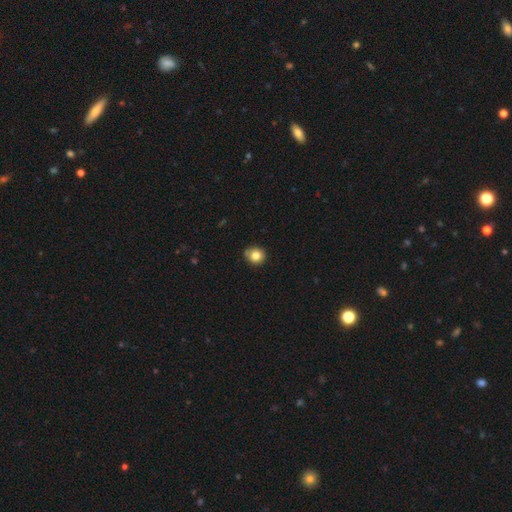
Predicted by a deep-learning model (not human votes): Smooth or featured: smooth — 82% (star or artifact — 11%)
How rounded: round — 86% (in between — 13%)
Merging: none — 78% (minor disturbance — 17%)